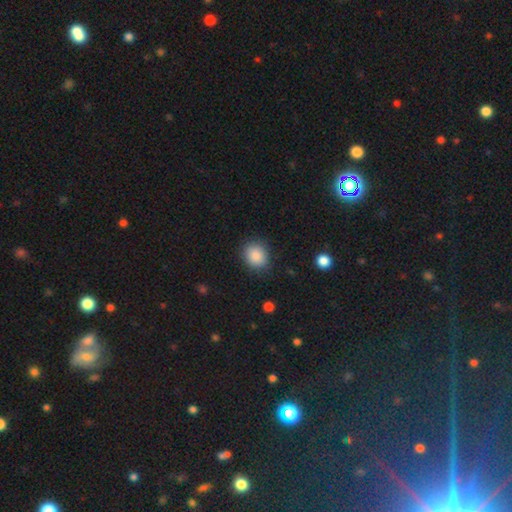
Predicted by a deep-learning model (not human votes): The model was most divided on "how rounded": round: 65%, in between: 34%, cigar-shaped: 1%. More confident: smooth or featured — smooth (87%); merging — none (84%).